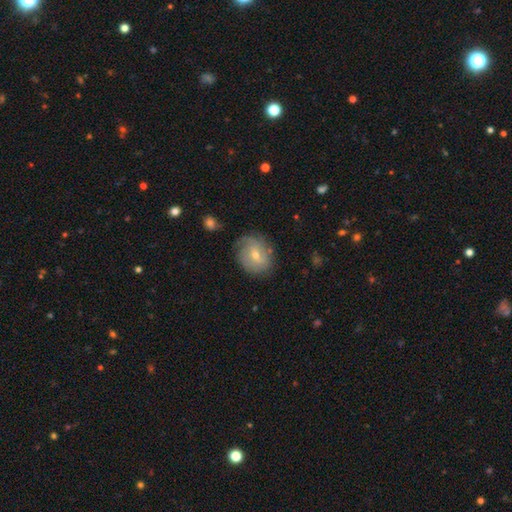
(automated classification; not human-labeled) Morphology: type=featured or disk (57%); edge-on=no (96%); bar=no (51%); spiral arms=yes (79%); bulge=small (53%); merging=none (73%).